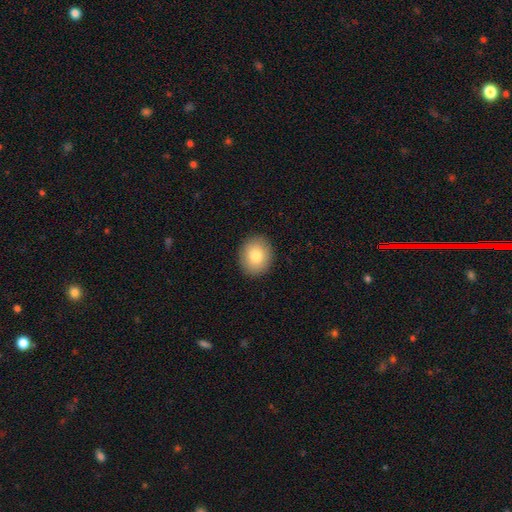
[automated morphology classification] Smooth or featured?
  - smooth: 82% *
  - featured or disk: 10%
  - star or artifact: 8%
How rounded?
  - round: 65% *
  - in between: 34%
  - cigar-shaped: 1%
Merging?
  - none: 90% *
  - minor disturbance: 7%
  - major disturbance: 2%
  - merger: 1%